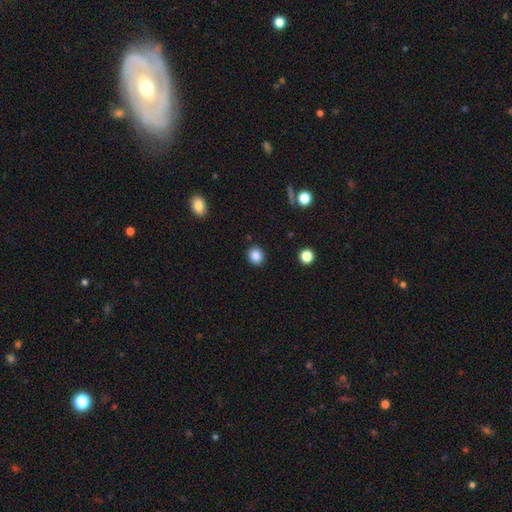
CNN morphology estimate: Smooth or featured: smooth — 86% (star or artifact — 10%)
How rounded: round — 75% (in between — 24%)
Merging: none — 90% (minor disturbance — 7%)